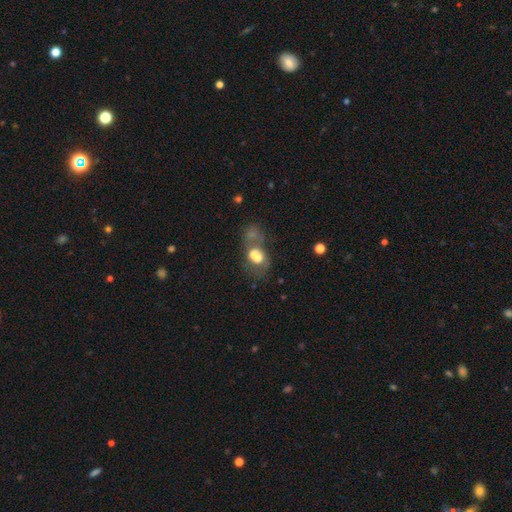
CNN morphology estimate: Smooth or featured: smooth — 61% (featured or disk — 26%)
How rounded: in between — 78% (round — 19%)
Merging: merger — 47% (none — 25%)